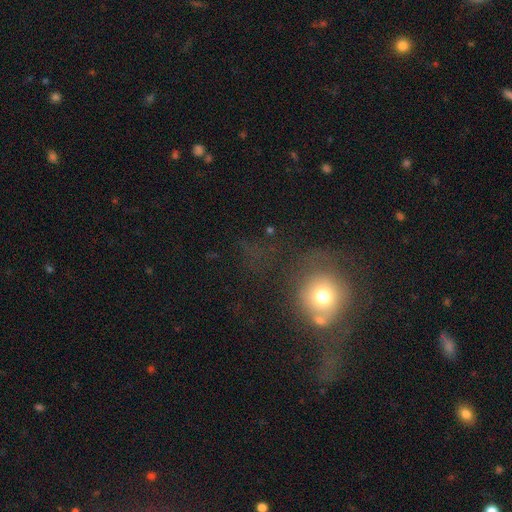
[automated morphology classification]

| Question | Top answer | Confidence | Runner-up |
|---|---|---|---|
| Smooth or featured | smooth | 53% | star or artifact (24%) |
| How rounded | round | 84% | in between (15%) |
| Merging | none | 35% | major disturbance (30%) |